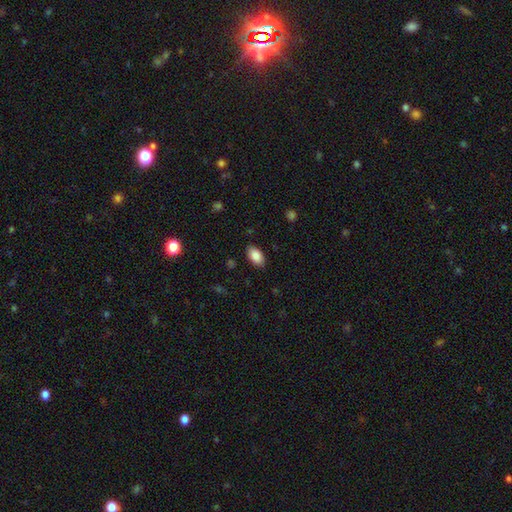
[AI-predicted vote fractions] A smooth galaxy with no disk features (87%) that is in between round and cigar-shaped (93%).

Vote fractions:
- Smooth or featured? smooth: 87% / star or artifact: 8% / featured or disk: 6%
- How rounded? in between: 93% / round: 5% / cigar-shaped: 2%
- Merging? none: 86% / minor disturbance: 11% / major disturbance: 3% / merger: 1%